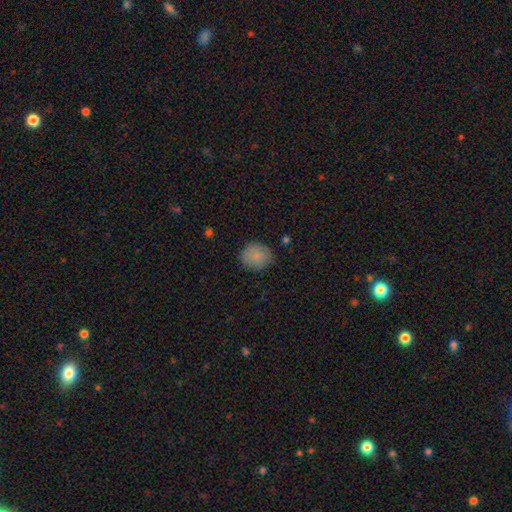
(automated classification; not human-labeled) Morphology: type=smooth (84%); roundness=round (81%); merging=none (81%).